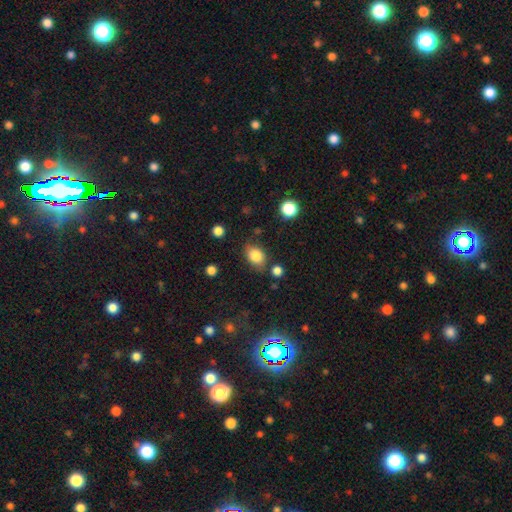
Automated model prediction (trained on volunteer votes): Smooth or featured? Predicted: smooth (p=0.83). How rounded? Predicted: in between (p=0.73). Merging? Predicted: none (p=0.74).